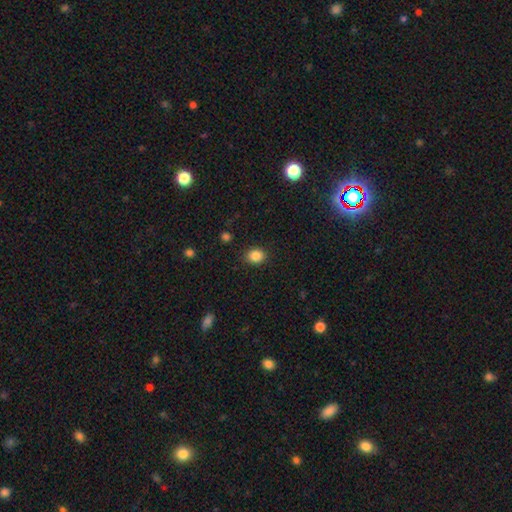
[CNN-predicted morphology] Overall: smooth (86%). How rounded: round (63%; in between 36%). Merging: none (87%).